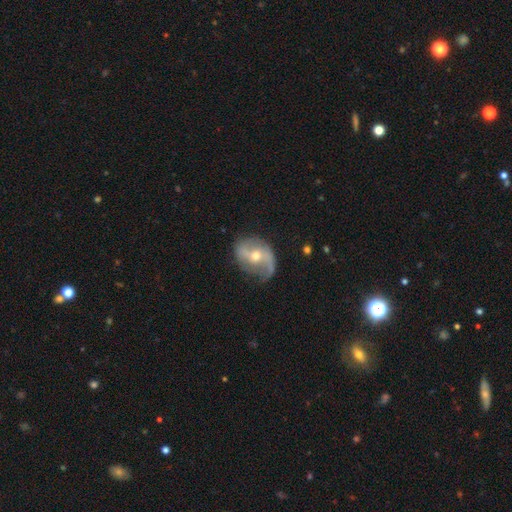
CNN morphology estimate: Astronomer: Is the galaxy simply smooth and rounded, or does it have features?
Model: featured or disk — 79%.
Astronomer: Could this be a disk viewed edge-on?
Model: no — 96%.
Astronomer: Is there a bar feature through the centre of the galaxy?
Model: no — 39% (runner-up: weak, 37%).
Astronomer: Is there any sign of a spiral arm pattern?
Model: yes — 90%.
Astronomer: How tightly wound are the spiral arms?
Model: loose — 56% (runner-up: medium, 32%).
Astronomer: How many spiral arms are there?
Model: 2 — 82%.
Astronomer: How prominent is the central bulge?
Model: moderate — 58% (runner-up: small, 38%).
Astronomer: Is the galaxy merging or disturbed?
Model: none — 65%.